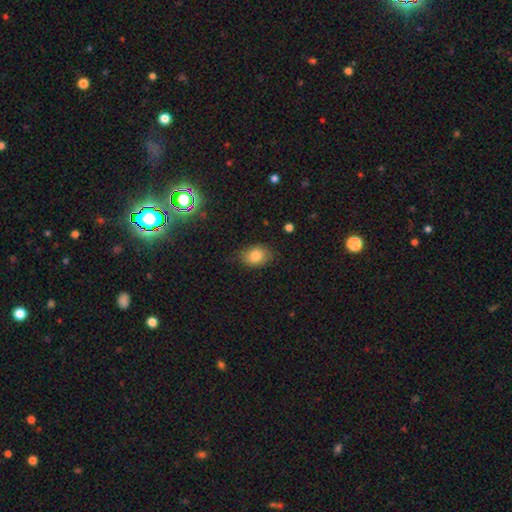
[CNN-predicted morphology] Smooth or featured?
  - smooth: 82% *
  - featured or disk: 9%
  - star or artifact: 9%
How rounded?
  - in between: 72% *
  - round: 27%
  - cigar-shaped: 1%
Merging?
  - none: 75% *
  - minor disturbance: 19%
  - major disturbance: 4%
  - merger: 1%